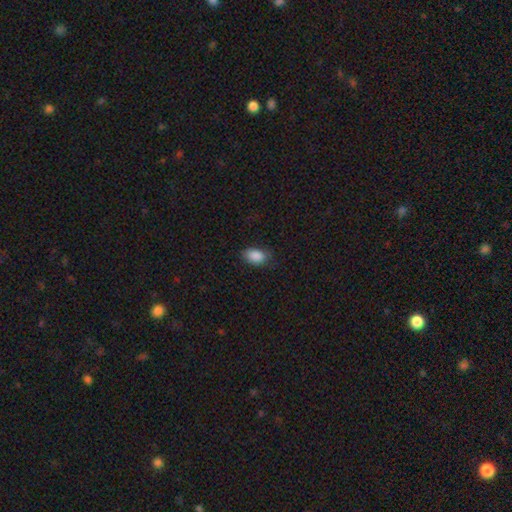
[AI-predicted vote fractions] smooth_or_featured: smooth (p=0.88) [alt: star or artifact p=0.08]
how_rounded: in between (p=0.89) [alt: round p=0.09]
merging: none (p=0.75) [alt: minor disturbance p=0.20]